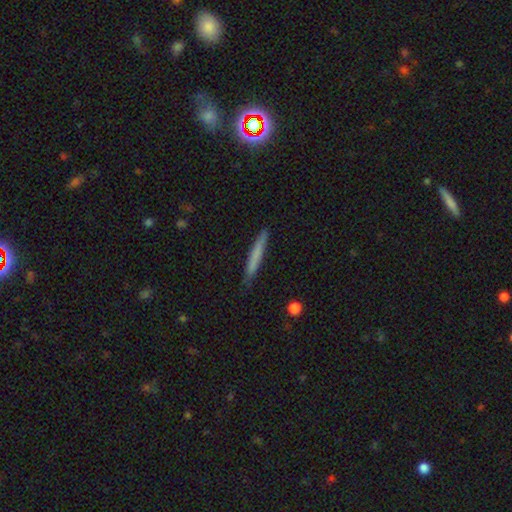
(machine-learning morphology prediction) Overall: smooth (67%). How rounded: cigar-shaped (96%). Merging: none (86%).